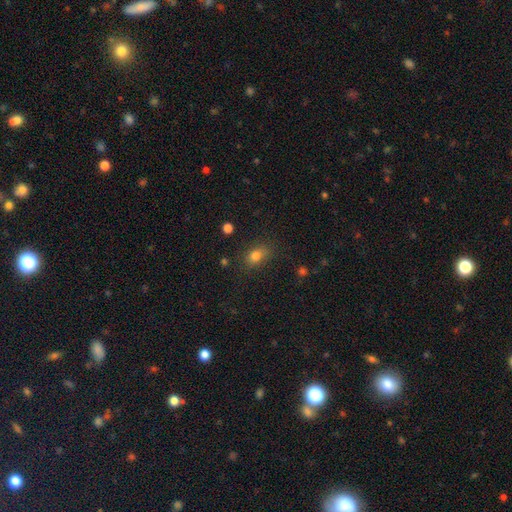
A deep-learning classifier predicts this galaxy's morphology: Q: Smooth or featured?
A: smooth (79%); runner-up: star or artifact (13%)
Q: How rounded?
A: in between (70%); runner-up: round (28%)
Q: Merging?
A: none (76%); runner-up: minor disturbance (17%)